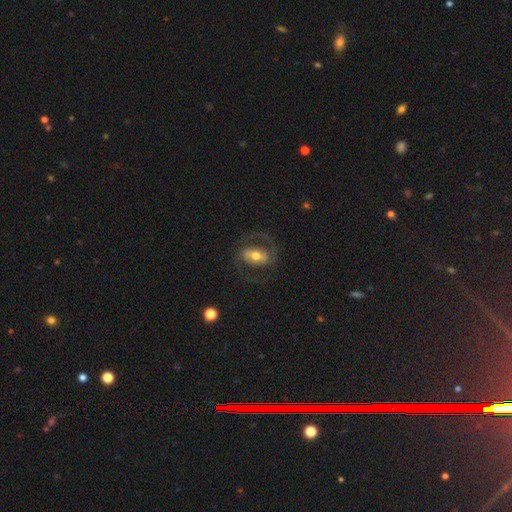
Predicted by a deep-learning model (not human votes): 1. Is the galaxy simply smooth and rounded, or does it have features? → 73% featured or disk, 21% smooth, 6% star or artifact.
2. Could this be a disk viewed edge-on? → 96% no, 4% yes.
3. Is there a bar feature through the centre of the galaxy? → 38% weak, 37% strong, 25% no.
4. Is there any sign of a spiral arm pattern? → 85% yes, 15% no.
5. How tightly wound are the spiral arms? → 55% medium, 27% loose, 18% tight.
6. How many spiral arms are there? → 89% 2, 5% can't tell, 3% 1, 1% 3, 1% 4, 1% more than 4.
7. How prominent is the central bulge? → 70% moderate, 16% small, 12% large, 1% dominant, 1% none.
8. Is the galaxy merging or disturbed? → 69% none, 16% major disturbance, 14% minor disturbance, 1% merger.